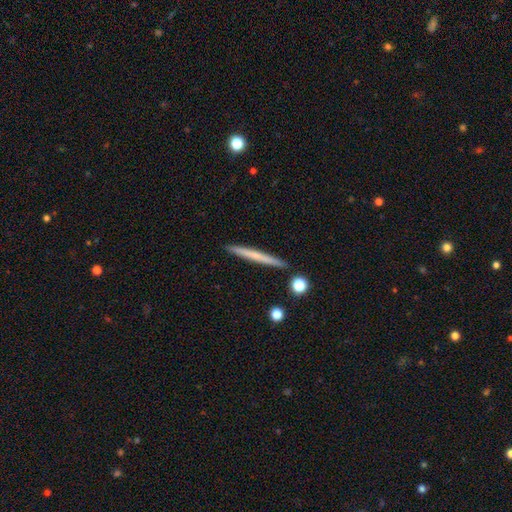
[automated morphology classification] type=smooth (55%); roundness=cigar-shaped (97%); merging=none (92%).